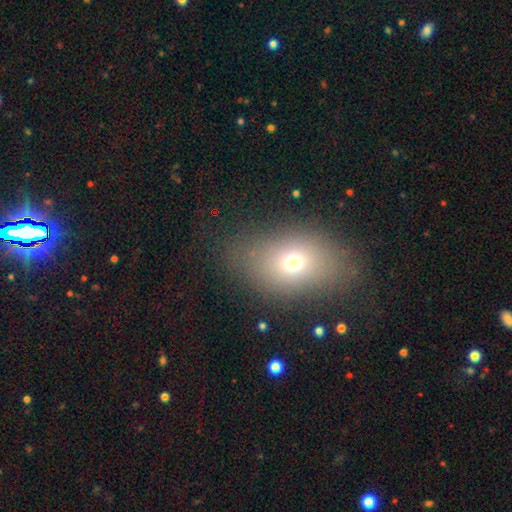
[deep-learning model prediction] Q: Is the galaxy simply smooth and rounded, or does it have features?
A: smooth — 66%.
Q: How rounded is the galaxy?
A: in between — 76%.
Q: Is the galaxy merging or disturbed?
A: none — 79%.